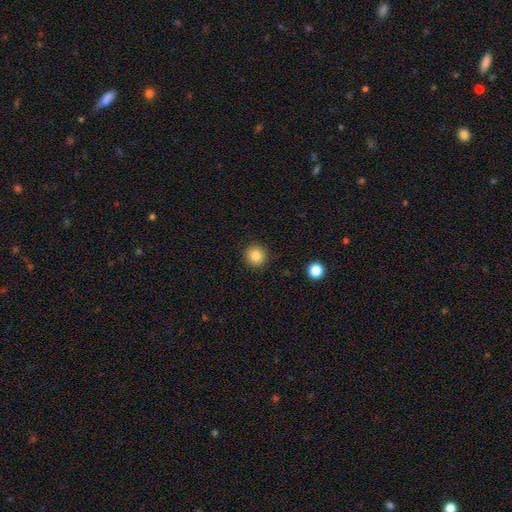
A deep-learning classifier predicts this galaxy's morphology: This appears to be a smooth galaxy with no disk features (85%) that is round (92%). Merging: none (90%).